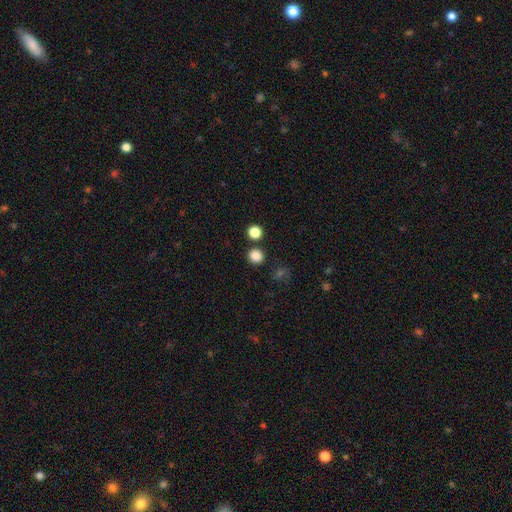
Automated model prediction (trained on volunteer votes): A smooth galaxy with no disk features (84%) that is round (89%).

Vote fractions:
- Smooth or featured? smooth: 84% / star or artifact: 13% / featured or disk: 3%
- How rounded? round: 89% / in between: 10% / cigar-shaped: 1%
- Merging? none: 85% / merger: 7% / minor disturbance: 6% / major disturbance: 3%